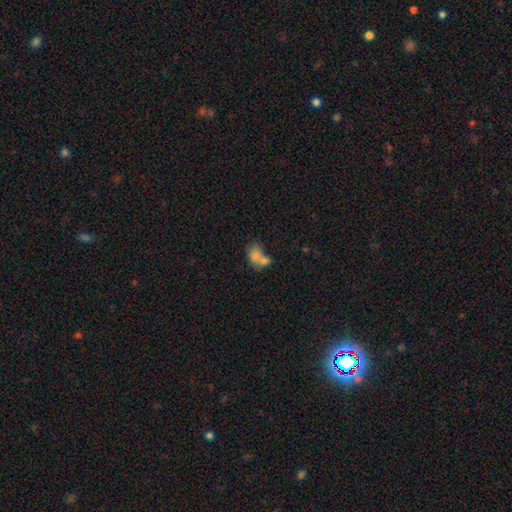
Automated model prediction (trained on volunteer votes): Smooth or featured?
  - smooth: 73% *
  - featured or disk: 17%
  - star or artifact: 10%
How rounded?
  - in between: 69% *
  - round: 30%
  - cigar-shaped: 1%
Merging?
  - merger: 62% *
  - none: 22%
  - minor disturbance: 10%
  - major disturbance: 6%